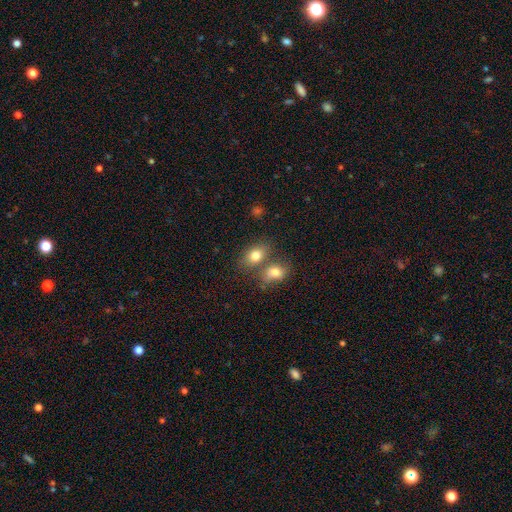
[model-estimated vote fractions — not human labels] Smooth or featured: smooth — 79% (featured or disk — 11%)
How rounded: in between — 72% (round — 26%)
Merging: none — 49% (merger — 37%)